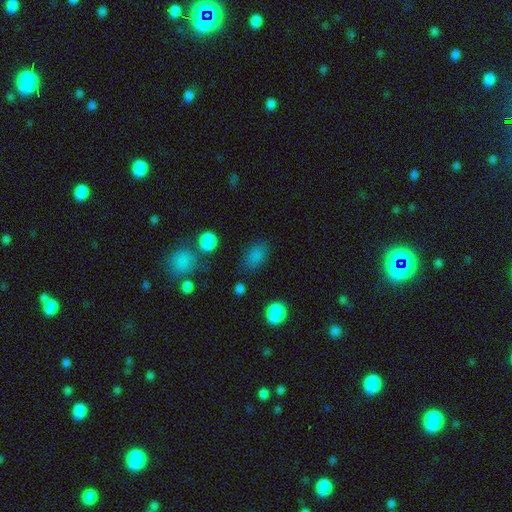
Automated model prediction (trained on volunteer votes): Smooth or featured: smooth — 83% (star or artifact — 12%)
How rounded: in between — 80% (round — 18%)
Merging: none — 75% (minor disturbance — 16%)